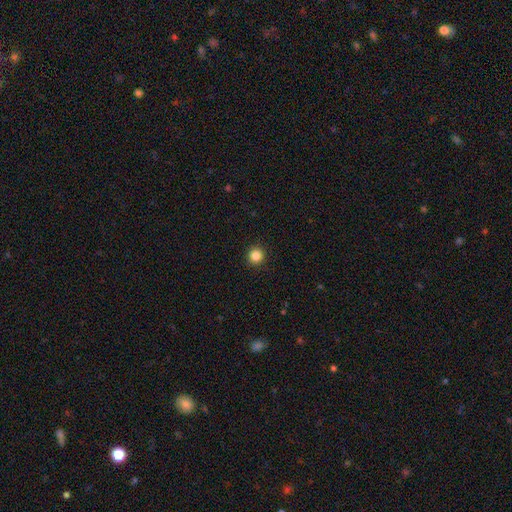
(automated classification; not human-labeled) Smooth or featured?
  - smooth: 85% *
  - star or artifact: 11%
  - featured or disk: 3%
How rounded?
  - round: 95% *
  - in between: 4%
  - cigar-shaped: 1%
Merging?
  - none: 93% *
  - minor disturbance: 5%
  - major disturbance: 2%
  - merger: 1%